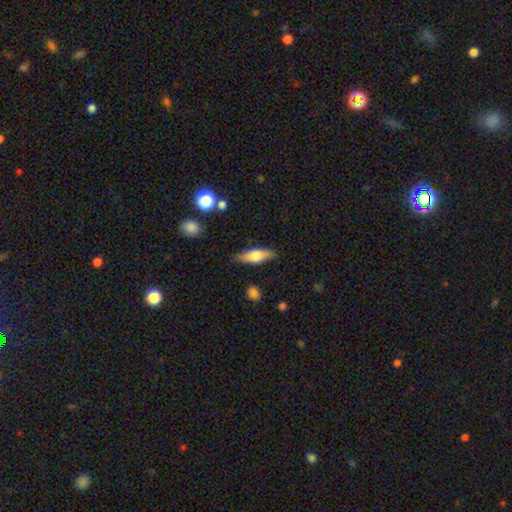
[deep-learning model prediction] Smooth or featured?
  - smooth: 61% *
  - featured or disk: 32%
  - star or artifact: 7%
How rounded?
  - in between: 52% *
  - cigar-shaped: 45%
  - round: 3%
Merging?
  - none: 83% *
  - minor disturbance: 13%
  - major disturbance: 3%
  - merger: 2%